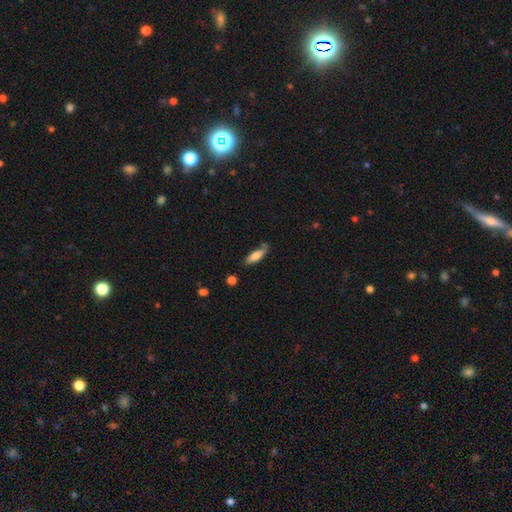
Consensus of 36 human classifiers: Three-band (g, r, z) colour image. It shows a smooth galaxy with no disk features (75%) that is cigar-shaped (63%). Merging: none (68%).